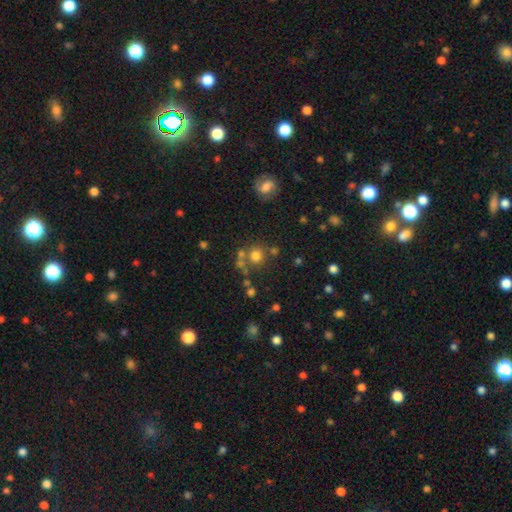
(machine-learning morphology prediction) This appears to be a smooth galaxy with no disk features (70%) that is round (89%). Merging: none (64%).